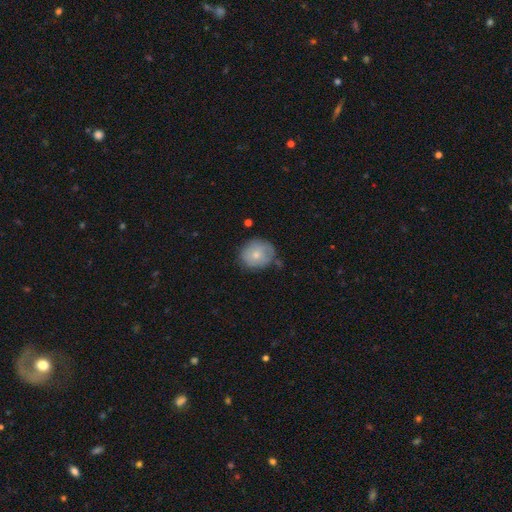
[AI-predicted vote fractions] smooth_or_featured: smooth (p=0.71) [alt: featured or disk p=0.22]
how_rounded: round (p=0.78) [alt: in between p=0.21]
merging: none (p=0.70) [alt: minor disturbance p=0.22]